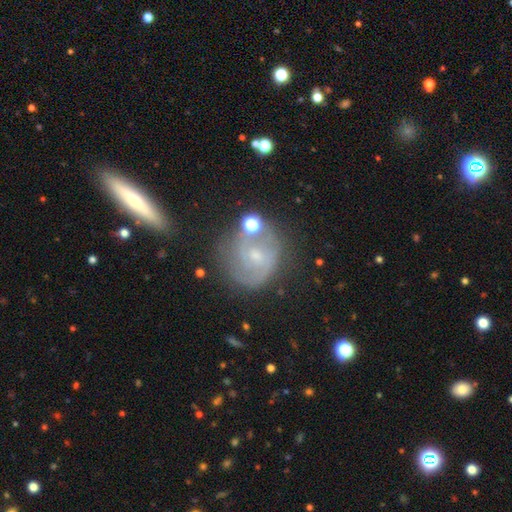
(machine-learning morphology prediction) Smooth or featured? Predicted: featured or disk (p=0.70). Edge-on disk? Predicted: no (p=0.96). Bar? Predicted: no (p=0.54). Spiral arms? Predicted: yes (p=0.86). Spiral winding? Predicted: tight (p=0.43). Spiral arm count? Predicted: 2 (p=0.59). Bulge size? Predicted: small (p=0.65). Merging? Predicted: none (p=0.62).